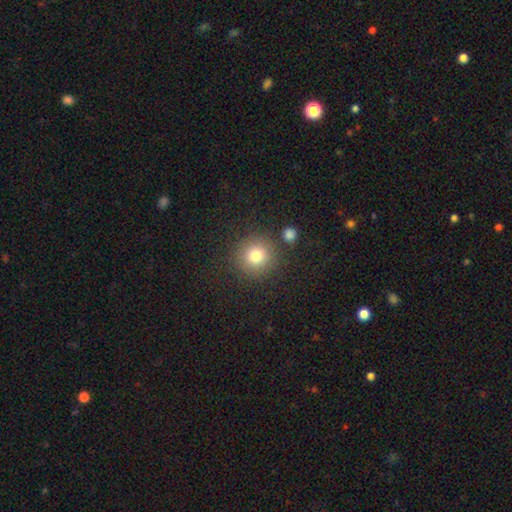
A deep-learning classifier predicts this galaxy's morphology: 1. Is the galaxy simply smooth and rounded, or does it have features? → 79% smooth, 13% star or artifact, 8% featured or disk.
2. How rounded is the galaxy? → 94% round, 5% in between, 1% cigar-shaped.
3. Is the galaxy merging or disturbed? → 85% none, 8% minor disturbance, 5% merger, 3% major disturbance.